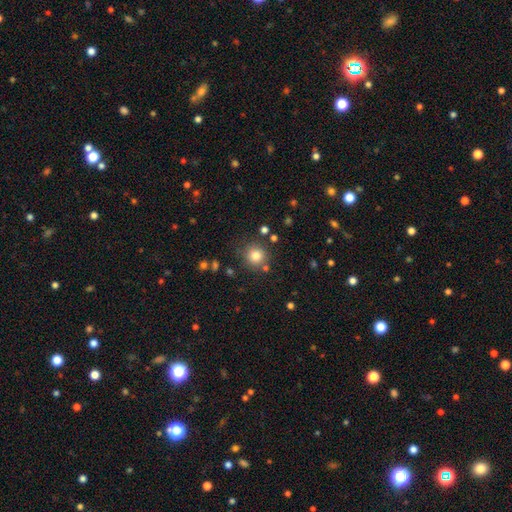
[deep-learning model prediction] Smooth or featured?
  - smooth: 81% *
  - star or artifact: 12%
  - featured or disk: 7%
How rounded?
  - round: 92% *
  - in between: 7%
  - cigar-shaped: 1%
Merging?
  - none: 82% *
  - minor disturbance: 9%
  - merger: 6%
  - major disturbance: 3%